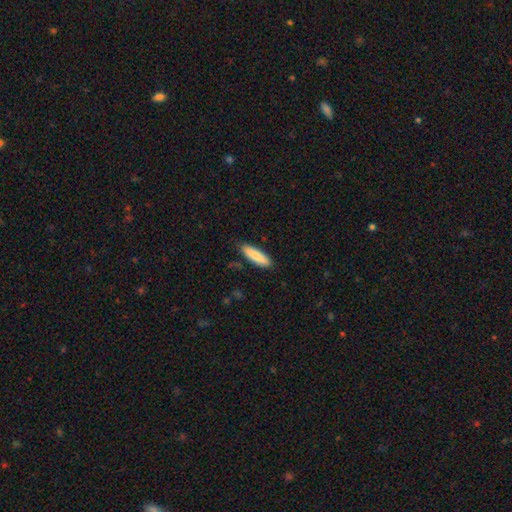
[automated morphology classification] The model was most divided on "how rounded": cigar-shaped: 66%, in between: 33%, round: 1%. More confident: merging — none (86%); smooth or featured — smooth (85%).